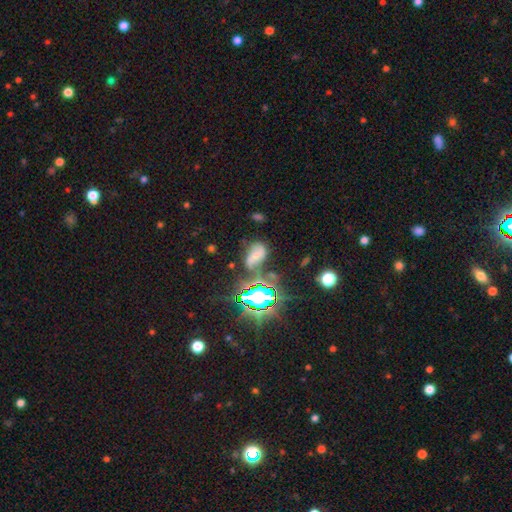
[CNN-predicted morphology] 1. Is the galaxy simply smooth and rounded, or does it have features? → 36% smooth, 32% featured or disk, 31% star or artifact.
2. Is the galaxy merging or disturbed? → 40% none, 24% minor disturbance, 20% major disturbance, 15% merger.